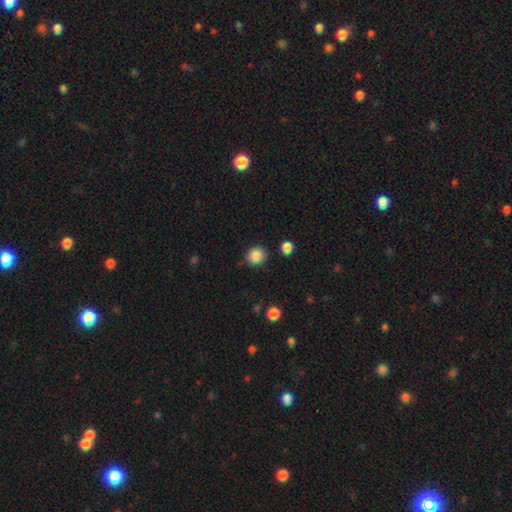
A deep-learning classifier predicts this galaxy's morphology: This appears to be a smooth galaxy with no disk features (87%) that is round (91%). Merging: none (87%).